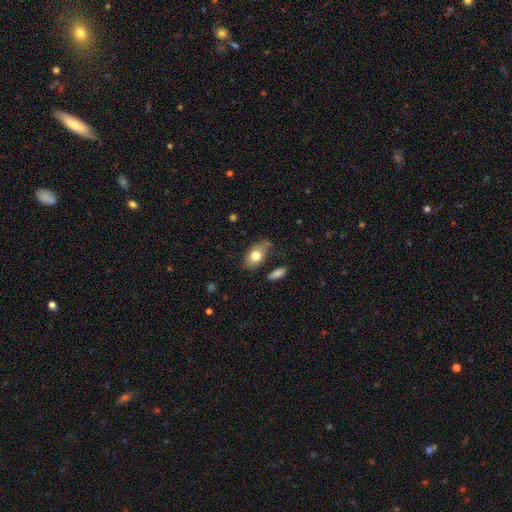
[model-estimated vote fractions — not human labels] This is likely a smooth galaxy (76%). How rounded: clearly in between (87%). Merging: likely none (61%).